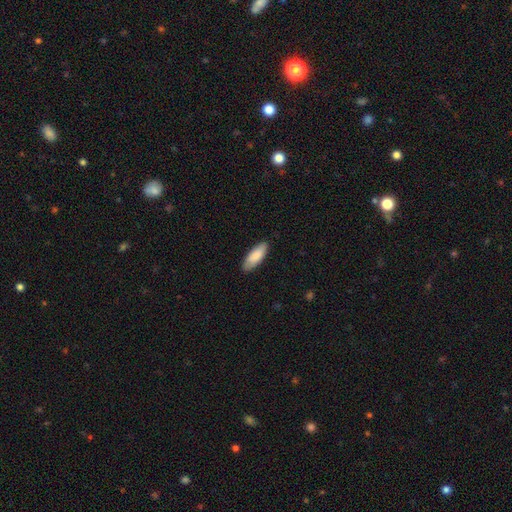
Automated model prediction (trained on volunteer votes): Smooth or featured: smooth — 87% (featured or disk — 8%)
How rounded: in between — 71% (cigar-shaped — 28%)
Merging: none — 86% (minor disturbance — 12%)